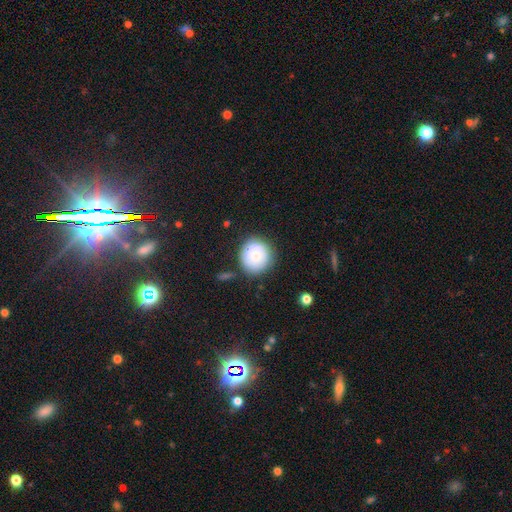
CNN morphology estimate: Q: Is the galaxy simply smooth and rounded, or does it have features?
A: smooth — 64%.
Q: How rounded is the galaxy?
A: round — 89%.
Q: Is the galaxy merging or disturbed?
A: none — 75%.